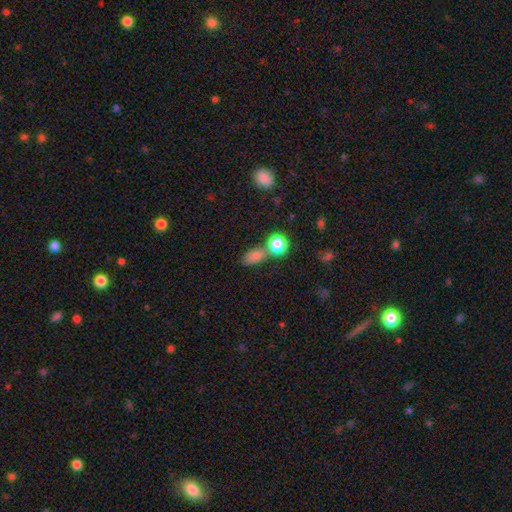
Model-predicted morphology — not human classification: Overall: smooth (77%). How rounded: in between (68%). Merging: none (51%; merger 29%).